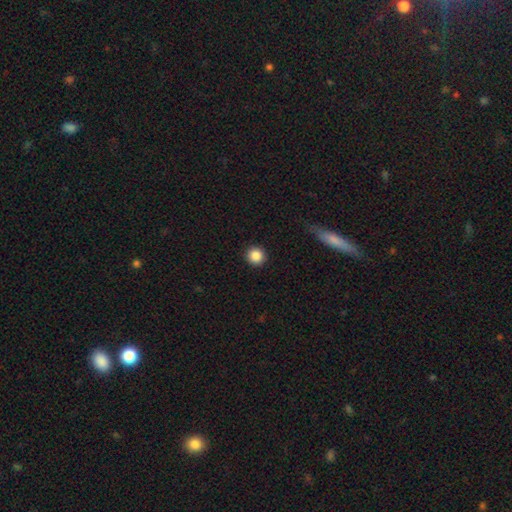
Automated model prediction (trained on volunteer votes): Morphology: type=smooth (87%); roundness=round (95%); merging=none (92%).